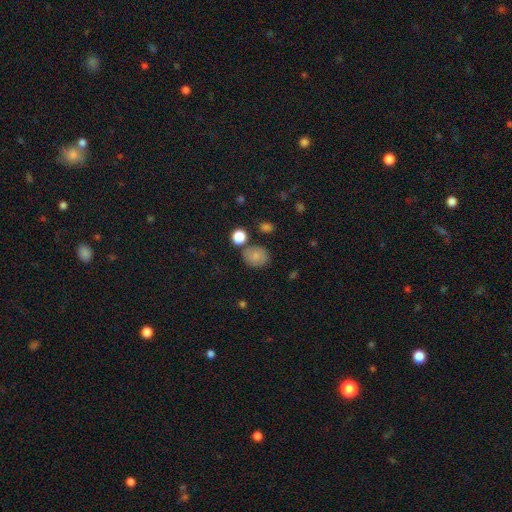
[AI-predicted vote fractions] A smooth galaxy with no disk features (75%) that is round (69%). Merging: none (74%).